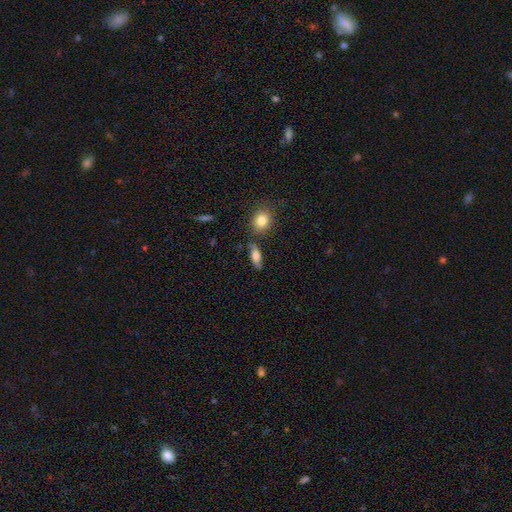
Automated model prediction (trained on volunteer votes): Smooth or featured?
  - smooth: 67% *
  - featured or disk: 25%
  - star or artifact: 8%
How rounded?
  - in between: 71% *
  - cigar-shaped: 24%
  - round: 5%
Merging?
  - none: 73% *
  - minor disturbance: 17%
  - merger: 6%
  - major disturbance: 4%